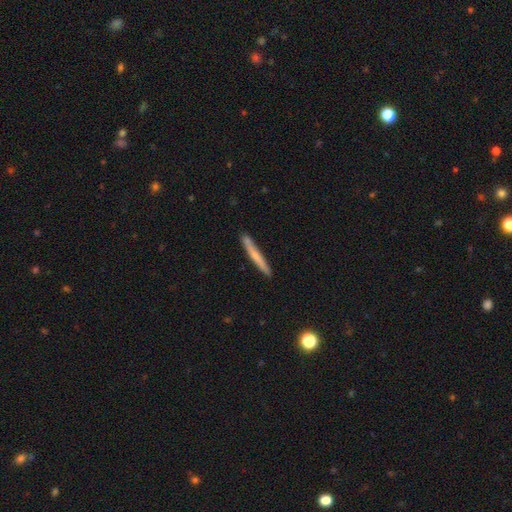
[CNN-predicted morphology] Q: Smooth or featured?
A: smooth (60%); runner-up: featured or disk (35%)
Q: How rounded?
A: cigar-shaped (97%); runner-up: in between (2%)
Q: Merging?
A: none (87%); runner-up: minor disturbance (10%)